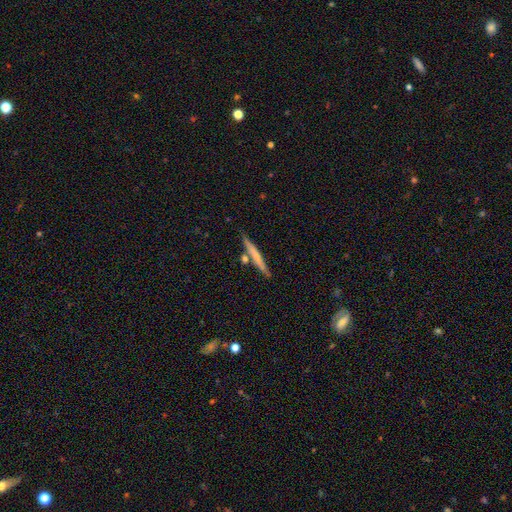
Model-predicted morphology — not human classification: Overall: smooth (54%; featured or disk 40%). How rounded: cigar-shaped (95%). Merging: none (78%).